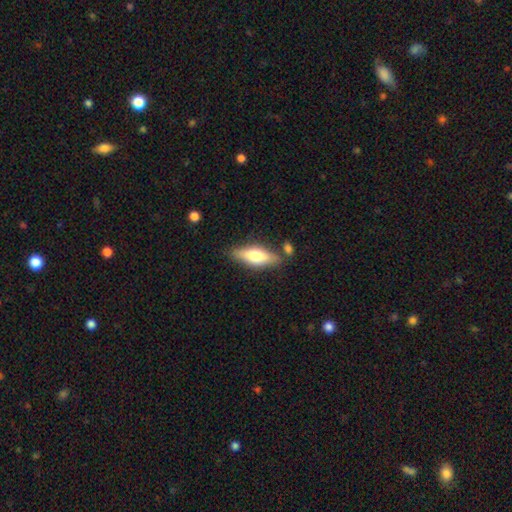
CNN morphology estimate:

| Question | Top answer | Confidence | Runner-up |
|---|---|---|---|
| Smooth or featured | smooth | 61% | featured or disk (33%) |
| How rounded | in between | 52% | cigar-shaped (46%) |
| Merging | none | 76% | minor disturbance (14%) |